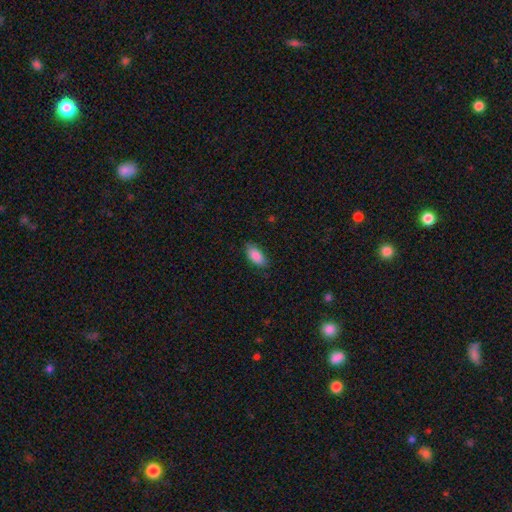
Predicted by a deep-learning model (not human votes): smooth 88%, star or artifact 6%, featured or disk 6%. Down the decision tree: how rounded — in between (89%); merging — none (83%).